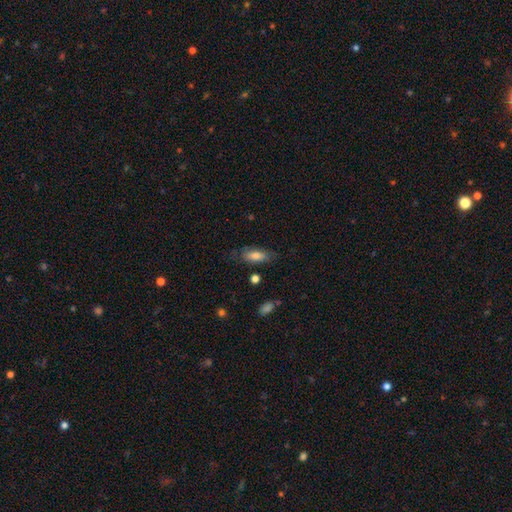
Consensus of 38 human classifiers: A smooth galaxy with no disk features (79%) that is in between round and cigar-shaped (73%). Merging: none (65%).